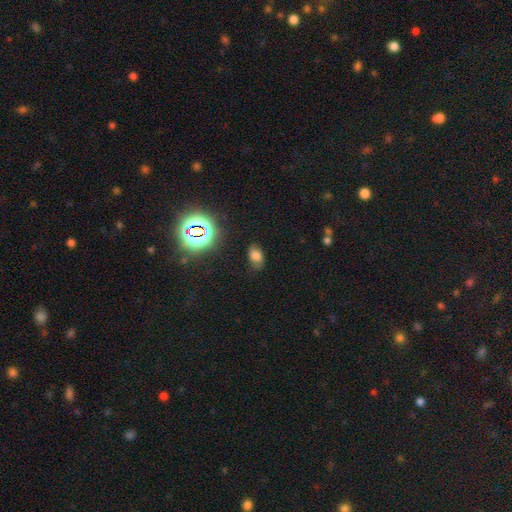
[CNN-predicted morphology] The model was most divided on "merging": none: 67%, minor disturbance: 24%, major disturbance: 7%, merger: 2%. More confident: how rounded — in between (85%); smooth or featured — smooth (67%).